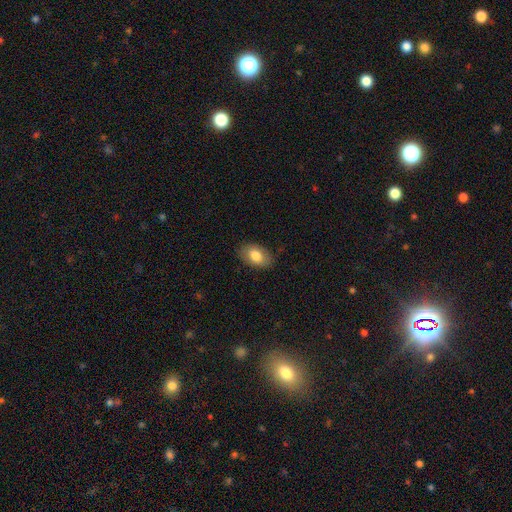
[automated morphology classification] The model was most divided on "smooth or featured": smooth: 79%, featured or disk: 14%, star or artifact: 7%. More confident: how rounded — in between (91%); merging — none (84%).